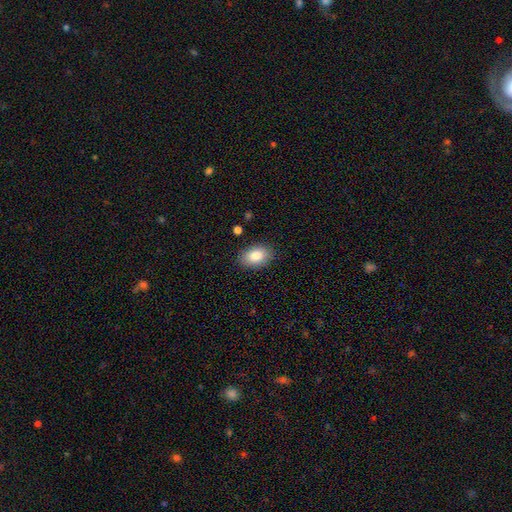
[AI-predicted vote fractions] This appears to be a smooth galaxy with no disk features (86%) that is in between round and cigar-shaped (90%). Merging: none (86%).